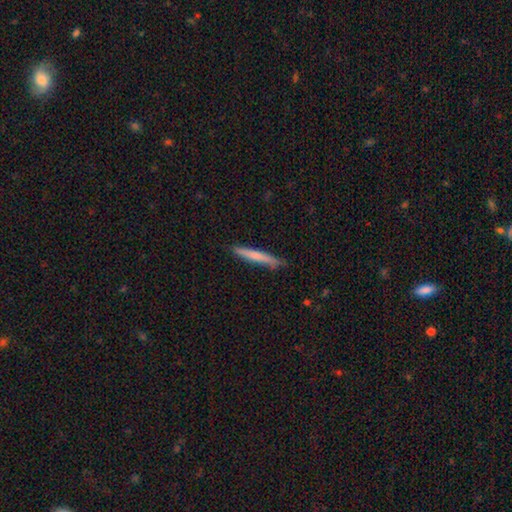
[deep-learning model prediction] Smooth or featured: smooth — 65% (featured or disk — 29%)
How rounded: cigar-shaped — 95% (in between — 3%)
Merging: none — 85% (minor disturbance — 12%)